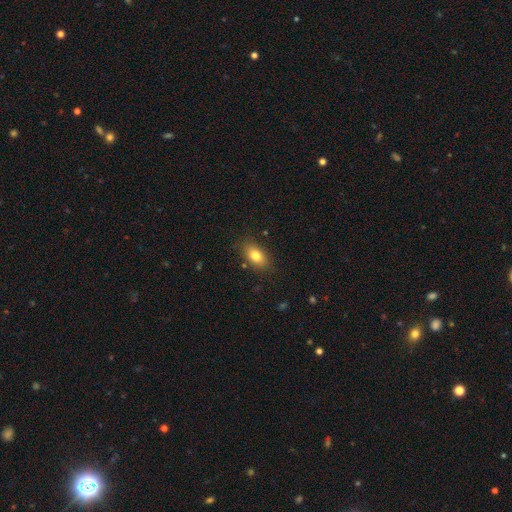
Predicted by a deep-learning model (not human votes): A smooth galaxy with no disk features (80%) that is in between round and cigar-shaped (87%).

Vote fractions:
- Smooth or featured? smooth: 80% / featured or disk: 11% / star or artifact: 8%
- How rounded? in between: 87% / round: 10% / cigar-shaped: 3%
- Merging? none: 83% / minor disturbance: 12% / major disturbance: 3% / merger: 2%